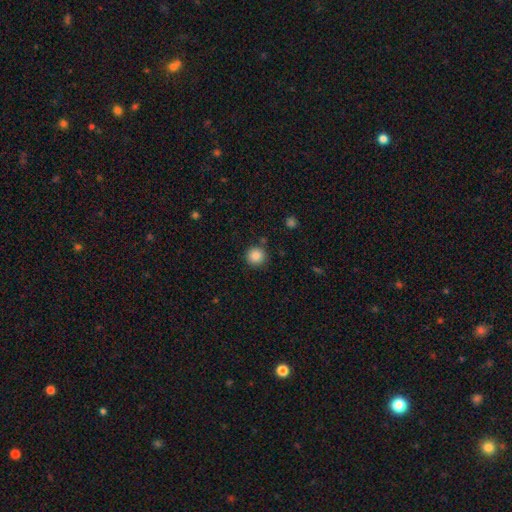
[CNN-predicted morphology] Smooth or featured: smooth — 87% (star or artifact — 9%)
How rounded: round — 95% (in between — 4%)
Merging: none — 87% (minor disturbance — 8%)